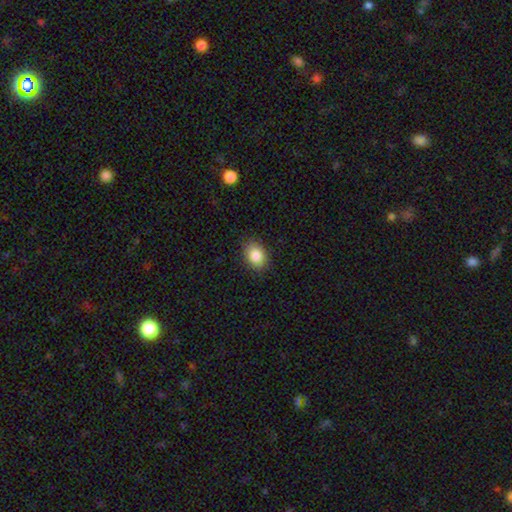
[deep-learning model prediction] Q: Smooth or featured?
A: smooth (85%); runner-up: star or artifact (9%)
Q: How rounded?
A: in between (66%); runner-up: round (33%)
Q: Merging?
A: none (86%); runner-up: minor disturbance (11%)